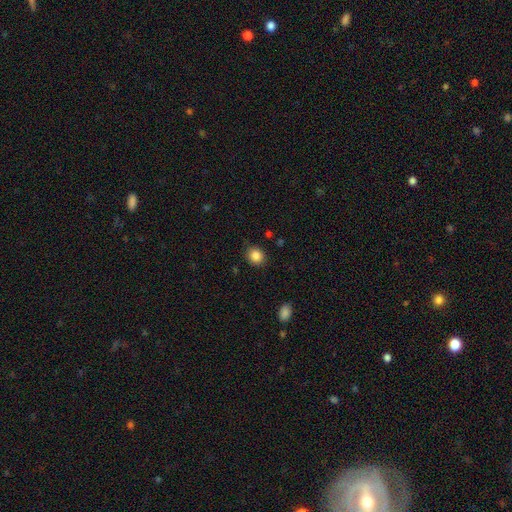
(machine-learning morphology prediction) Smooth or featured? Predicted: smooth (p=0.86). How rounded? Predicted: round (p=0.75). Merging? Predicted: none (p=0.87).